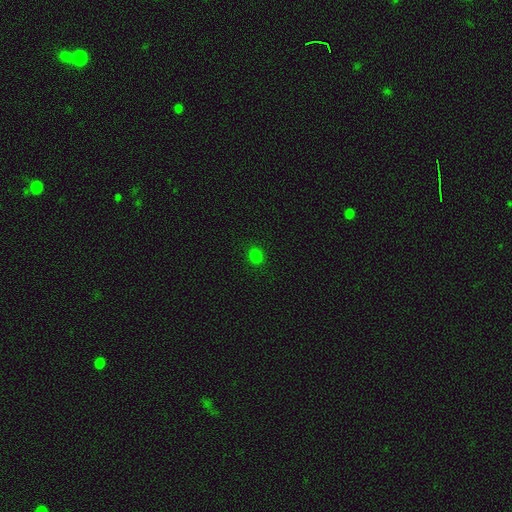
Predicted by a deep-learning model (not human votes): Smooth or featured? smooth (80%)
How rounded? round (72%)
Merging? none (90%)